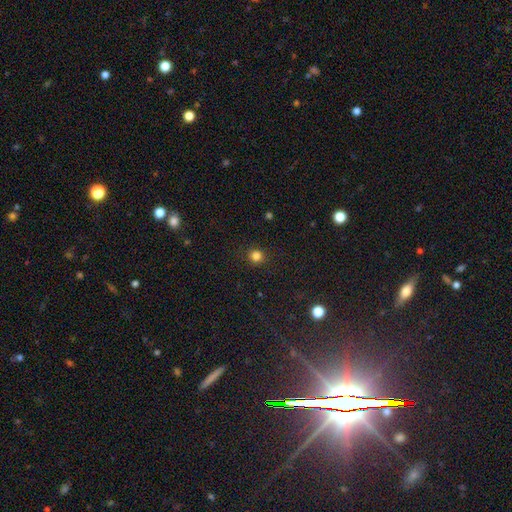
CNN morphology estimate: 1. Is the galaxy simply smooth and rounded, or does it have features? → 82% smooth, 14% star or artifact, 4% featured or disk.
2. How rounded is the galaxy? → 90% round, 9% in between, 1% cigar-shaped.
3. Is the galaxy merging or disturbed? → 90% none, 7% minor disturbance, 2% major disturbance, 1% merger.